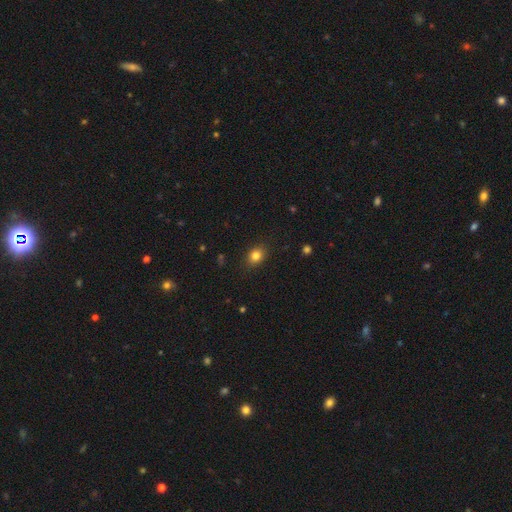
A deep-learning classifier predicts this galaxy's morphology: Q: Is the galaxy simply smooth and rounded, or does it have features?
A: smooth — 82%.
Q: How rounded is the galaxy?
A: in between — 50%.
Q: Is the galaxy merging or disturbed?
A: none — 87%.